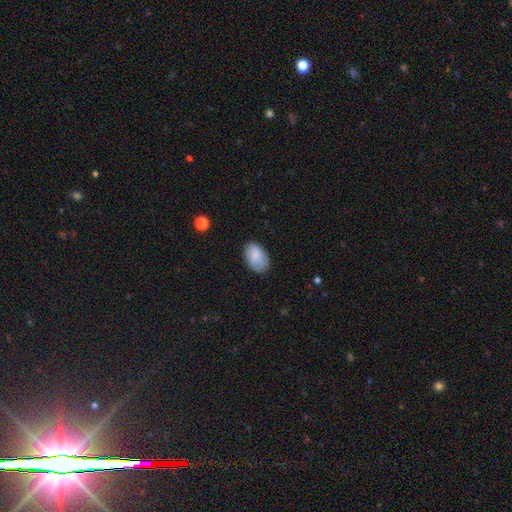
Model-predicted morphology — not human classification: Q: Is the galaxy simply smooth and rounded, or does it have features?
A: smooth — 85%.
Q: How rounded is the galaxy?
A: in between — 90%.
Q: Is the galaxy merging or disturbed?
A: none — 79%.